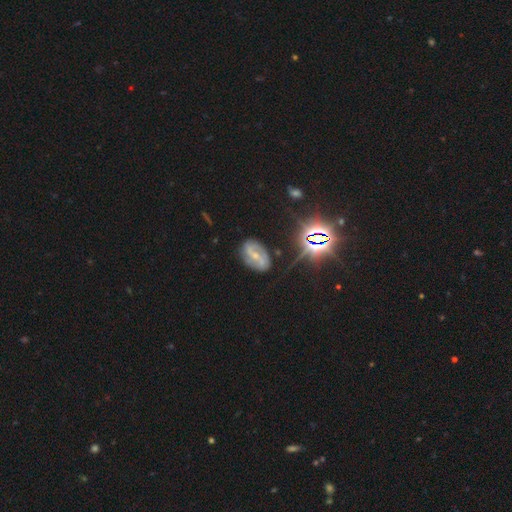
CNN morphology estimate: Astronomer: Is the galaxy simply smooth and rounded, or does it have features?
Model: featured or disk — 71%.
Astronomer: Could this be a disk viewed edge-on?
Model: no — 95%.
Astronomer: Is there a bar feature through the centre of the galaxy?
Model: strong — 44% (runner-up: weak, 36%).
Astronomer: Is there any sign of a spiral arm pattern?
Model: yes — 81%.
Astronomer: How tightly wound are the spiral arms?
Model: medium — 42% (runner-up: loose, 30%).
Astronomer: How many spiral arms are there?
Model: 2 — 82%.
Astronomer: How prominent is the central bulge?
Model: small — 64%.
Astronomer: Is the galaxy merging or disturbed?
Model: none — 75%.